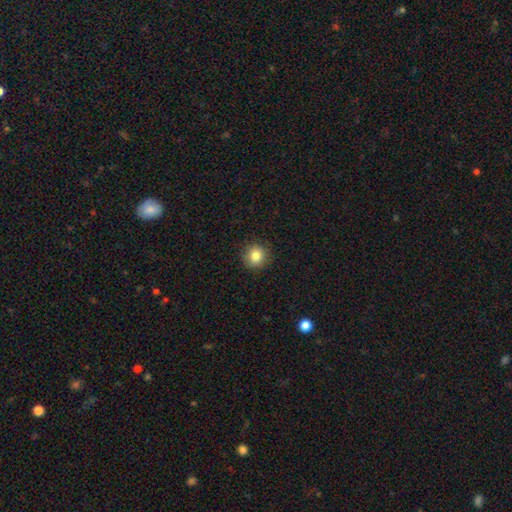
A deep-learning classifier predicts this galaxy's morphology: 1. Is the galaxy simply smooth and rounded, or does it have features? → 84% smooth, 10% star or artifact, 6% featured or disk.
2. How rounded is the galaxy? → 89% round, 10% in between, 1% cigar-shaped.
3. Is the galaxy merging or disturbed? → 89% none, 8% minor disturbance, 2% major disturbance, 1% merger.